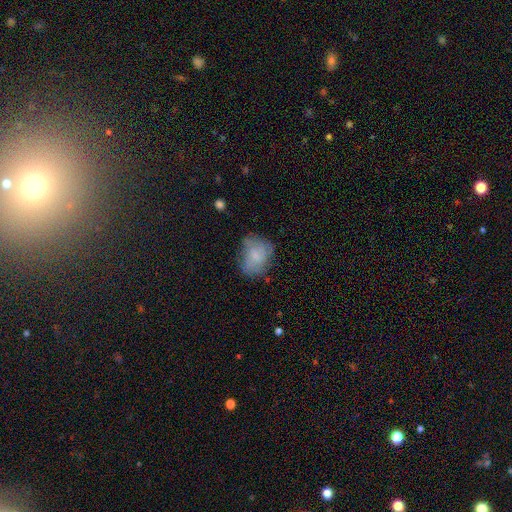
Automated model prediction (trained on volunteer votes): A smooth galaxy with no disk features (59%) that is in between round and cigar-shaped (55%).

Vote fractions:
- Smooth or featured? smooth: 59% / featured or disk: 33% / star or artifact: 8%
- How rounded? in between: 55% / round: 44% / cigar-shaped: 1%
- Merging? none: 59% / minor disturbance: 29% / major disturbance: 11% / merger: 2%